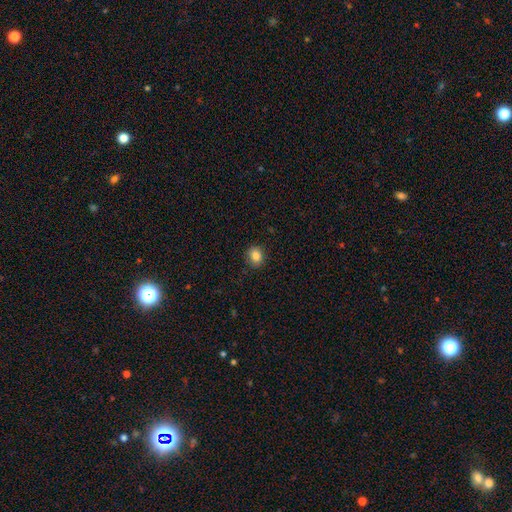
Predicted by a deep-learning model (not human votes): This appears to be a smooth galaxy with no disk features (86%) that is round (62%). Merging: none (86%).